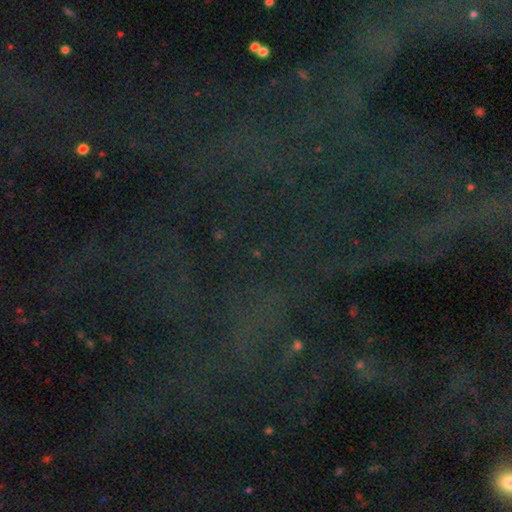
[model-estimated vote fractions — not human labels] Overall: star or artifact (79%).